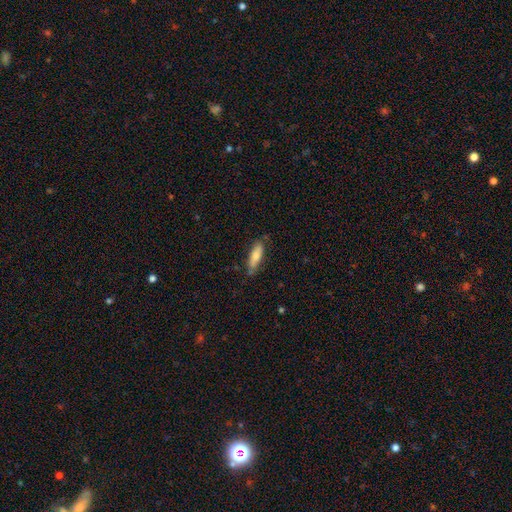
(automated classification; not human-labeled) A smooth galaxy with no disk features (72%) that is cigar-shaped (50%).

Vote fractions:
- Smooth or featured? smooth: 72% / featured or disk: 22% / star or artifact: 6%
- How rounded? cigar-shaped: 50% / in between: 48% / round: 2%
- Merging? none: 75% / minor disturbance: 19% / major disturbance: 3% / merger: 2%